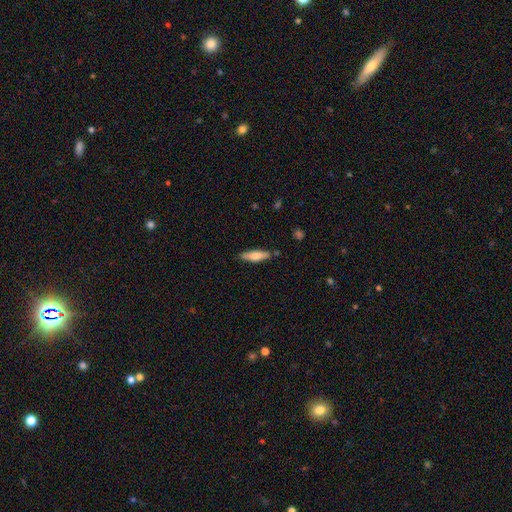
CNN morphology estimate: smooth 65%, featured or disk 29%, star or artifact 6%. Down the decision tree: how rounded — cigar-shaped (68%); merging — none (81%).